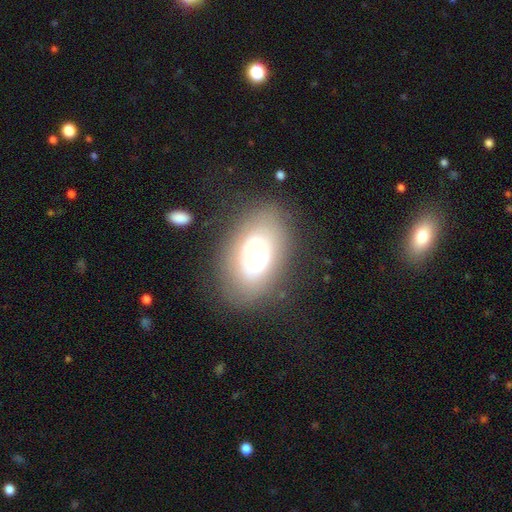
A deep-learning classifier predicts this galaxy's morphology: Smooth or featured? featured or disk (47%)
Merging? none (77%)